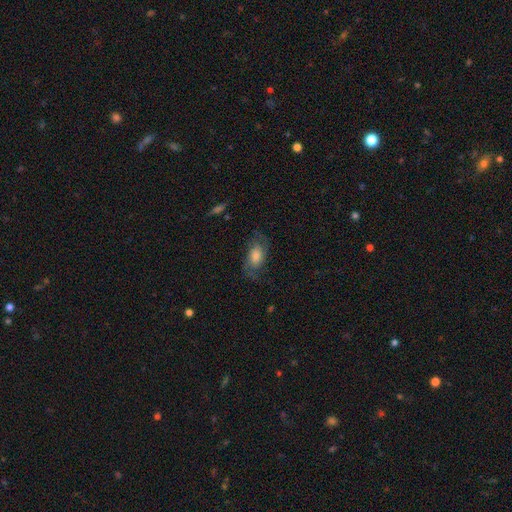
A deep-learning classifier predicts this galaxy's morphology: smooth-or-featured: featured or disk: 60% | smooth: 31% | star or artifact: 10%
  disk-edge-on: no: 93% | yes: 7%
    bar: no: 68% | weak: 27% | strong: 5%
    has-spiral-arms: yes: 88% | no: 12%
    bulge-size: large: 38% | moderate: 35% | small: 14% | none: 7% | dominant: 6%
  merging: none: 70% | minor disturbance: 18% | major disturbance: 11% | merger: 1%